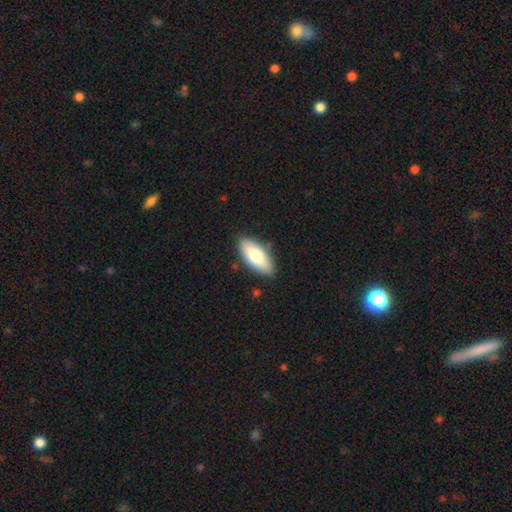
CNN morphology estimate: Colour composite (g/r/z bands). It shows a smooth galaxy with no disk features (75%) that is in between round and cigar-shaped (85%). Merging: none (85%).